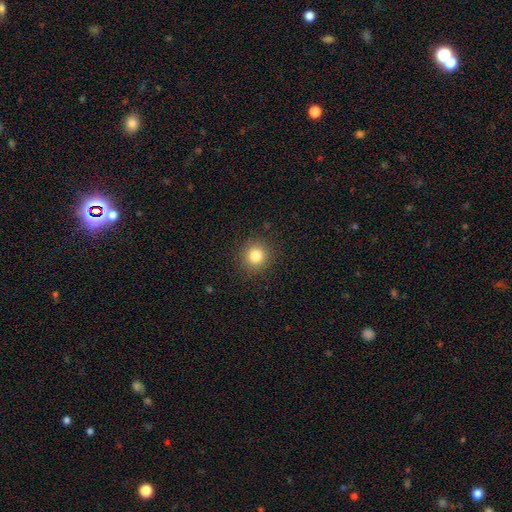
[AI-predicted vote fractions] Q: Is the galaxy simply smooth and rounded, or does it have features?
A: smooth — 82%.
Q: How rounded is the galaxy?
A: round — 91%.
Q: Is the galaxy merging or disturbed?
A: none — 90%.